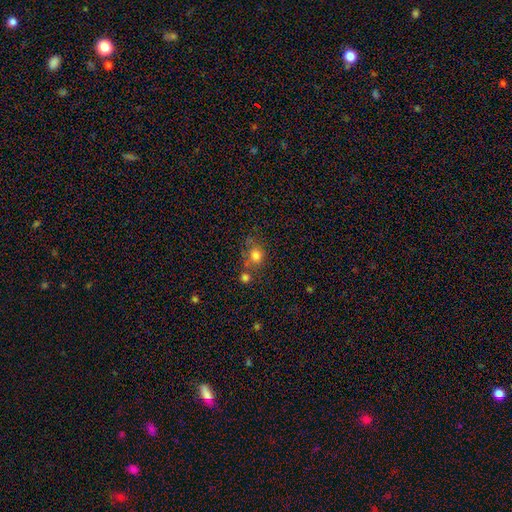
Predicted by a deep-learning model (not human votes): A smooth galaxy with no disk features (77%) that is round (77%). Merging: none (54%).